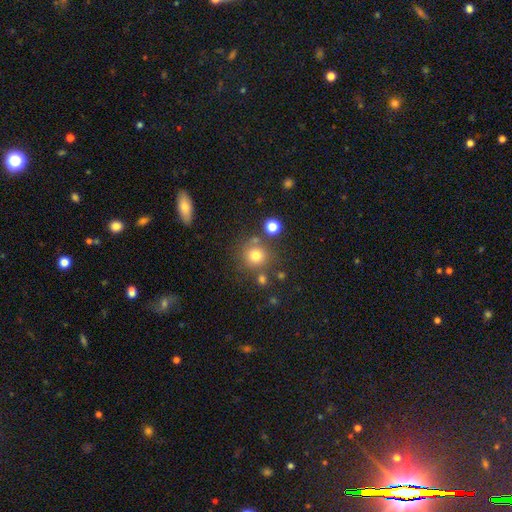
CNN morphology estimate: Smooth or featured?
  - smooth: 76% *
  - star or artifact: 15%
  - featured or disk: 9%
How rounded?
  - round: 92% *
  - in between: 7%
  - cigar-shaped: 1%
Merging?
  - none: 74% *
  - merger: 12%
  - minor disturbance: 10%
  - major disturbance: 4%